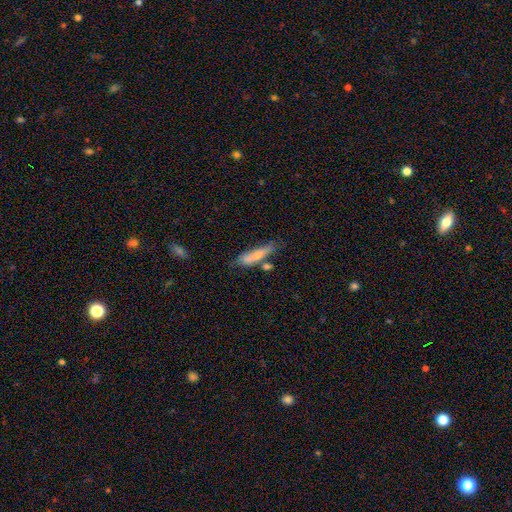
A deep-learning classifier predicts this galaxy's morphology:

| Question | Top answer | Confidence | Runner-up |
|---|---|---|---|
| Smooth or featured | smooth | 69% | featured or disk (24%) |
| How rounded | cigar-shaped | 71% | in between (27%) |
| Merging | none | 47% | minor disturbance (25%) |